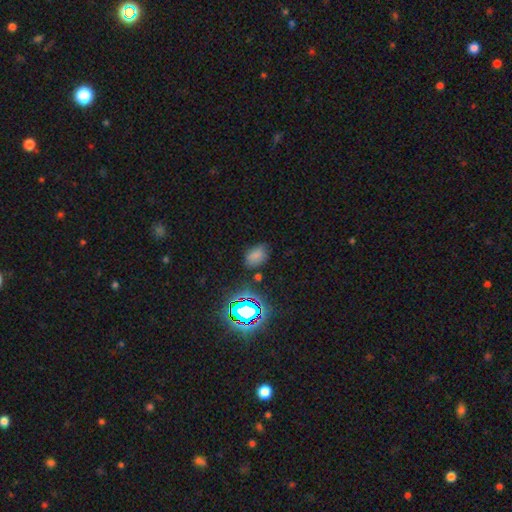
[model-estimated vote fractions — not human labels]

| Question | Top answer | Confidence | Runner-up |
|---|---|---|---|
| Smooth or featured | smooth | 70% | star or artifact (23%) |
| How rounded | in between | 81% | round (18%) |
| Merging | none | 76% | minor disturbance (16%) |